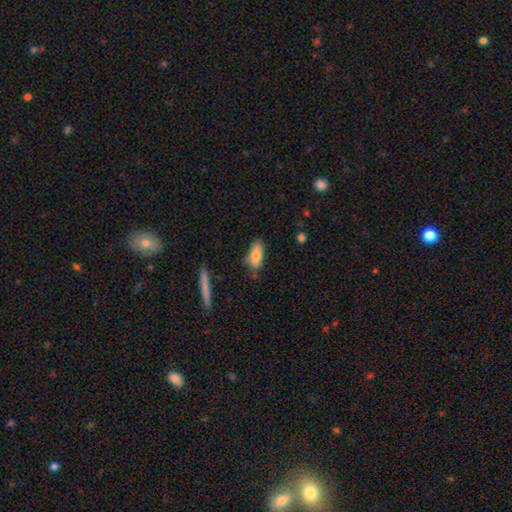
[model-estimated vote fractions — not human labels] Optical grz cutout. It shows a smooth galaxy with no disk features (80%) that is in between round and cigar-shaped (75%). Merging: none (63%).